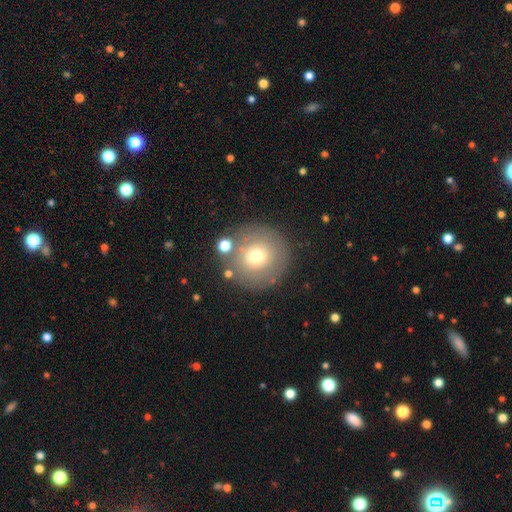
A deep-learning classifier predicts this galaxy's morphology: Smooth or featured: smooth — 61% (featured or disk — 25%)
How rounded: round — 95% (in between — 4%)
Merging: none — 81% (minor disturbance — 10%)